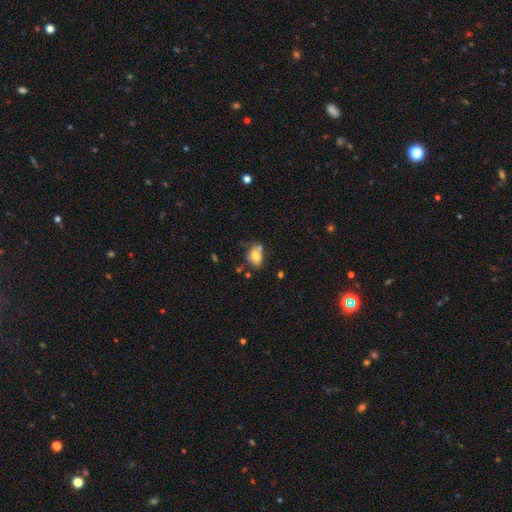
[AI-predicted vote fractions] smooth_or_featured: smooth (p=0.74) [alt: featured or disk p=0.16]
how_rounded: in between (p=0.67) [alt: round p=0.31]
merging: none (p=0.47) [alt: minor disturbance p=0.23]